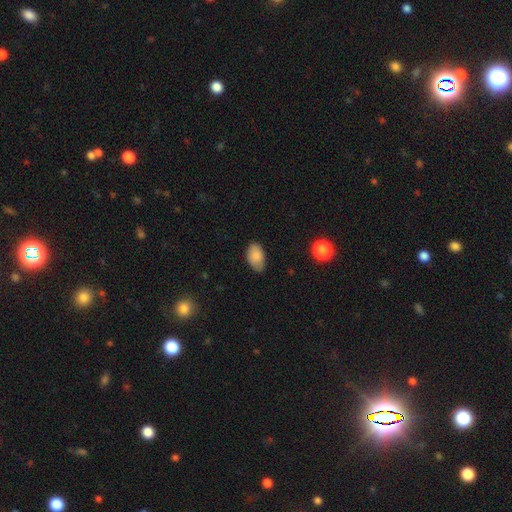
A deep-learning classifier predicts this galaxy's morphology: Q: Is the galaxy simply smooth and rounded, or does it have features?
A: smooth — 84%.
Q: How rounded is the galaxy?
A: in between — 91%.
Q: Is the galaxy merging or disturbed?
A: none — 72%.